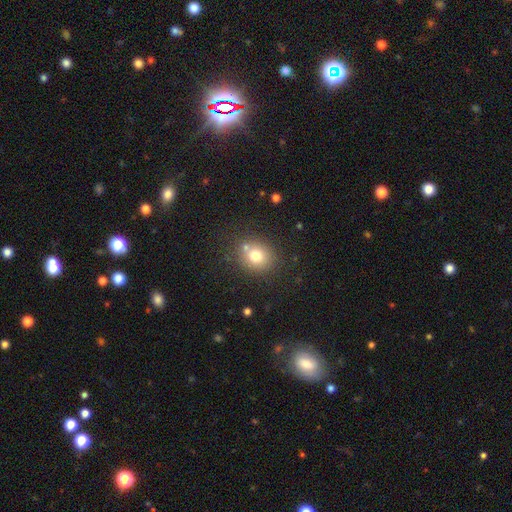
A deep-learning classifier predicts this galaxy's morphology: Smooth or featured: smooth — 75% (star or artifact — 12%)
How rounded: round — 72% (in between — 27%)
Merging: none — 71% (merger — 13%)